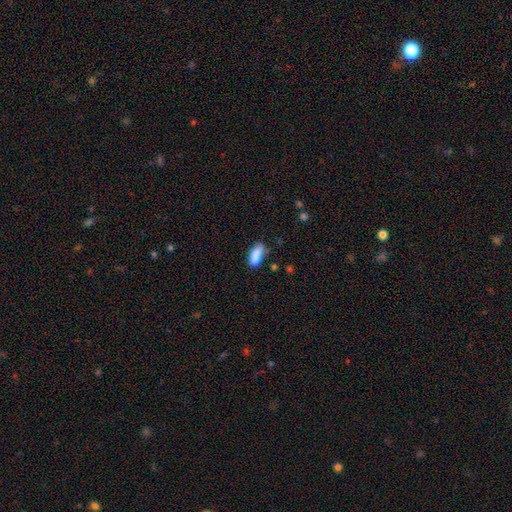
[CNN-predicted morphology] smooth-or-featured: smooth: 86% | star or artifact: 8% | featured or disk: 6%
  how-rounded: in between: 76% | cigar-shaped: 22% | round: 2%
  merging: none: 65% | minor disturbance: 24% | major disturbance: 6% | merger: 5%